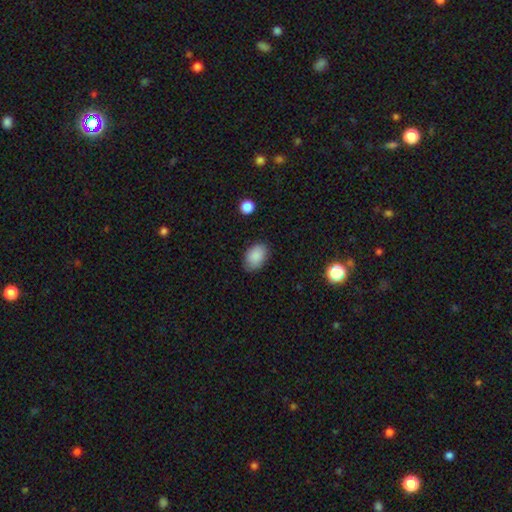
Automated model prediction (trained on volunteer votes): Smooth or featured: smooth — 88% (star or artifact — 7%)
How rounded: in between — 86% (round — 13%)
Merging: none — 83% (minor disturbance — 13%)